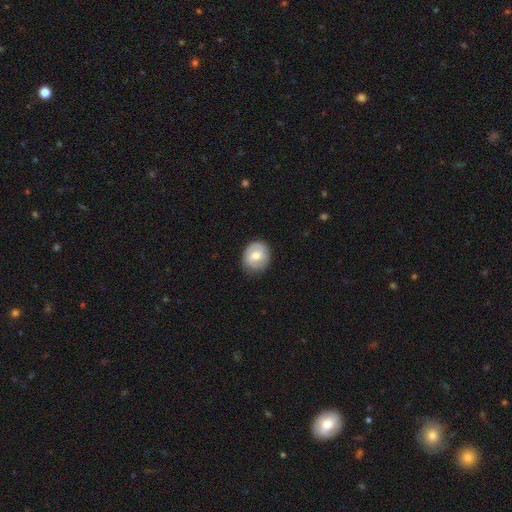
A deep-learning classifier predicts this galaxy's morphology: Smooth or featured: smooth — 51% (featured or disk — 43%)
How rounded: round — 74% (in between — 25%)
Merging: none — 82% (minor disturbance — 13%)